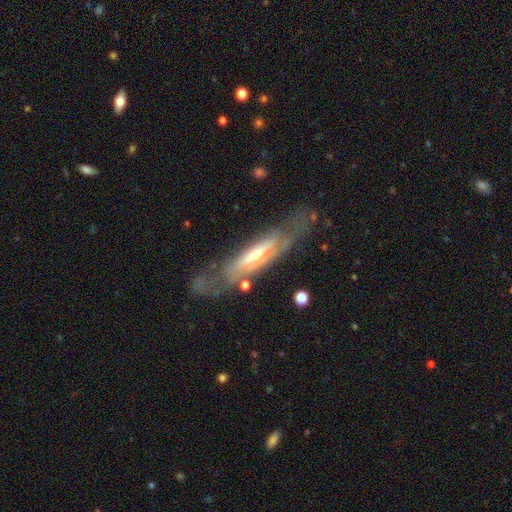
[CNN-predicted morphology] This is likely a featured or disk galaxy (78%). It is possibly not viewed edge-on (57%). Merging: likely none (66%).